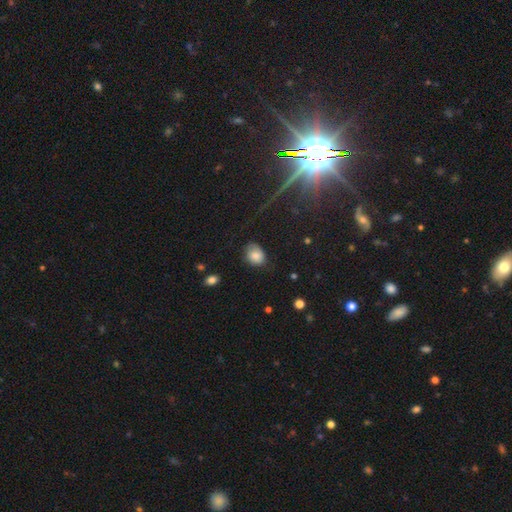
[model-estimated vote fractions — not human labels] smooth_or_featured: smooth (p=0.77) [alt: featured or disk p=0.13]
how_rounded: in between (p=0.58) [alt: round p=0.41]
merging: none (p=0.61) [alt: minor disturbance p=0.29]